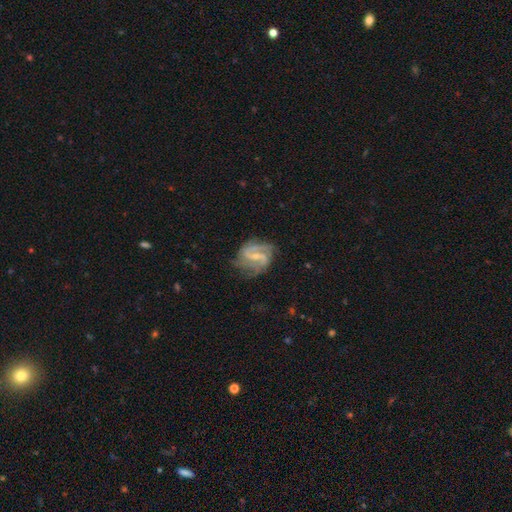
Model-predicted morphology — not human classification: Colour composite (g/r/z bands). It shows a featured or disk galaxy (88%) with a weak bar (51%), 2 (63%) medium (51%) spiral arms (97%) and a small central bulge (61%). Merging: none (67%).